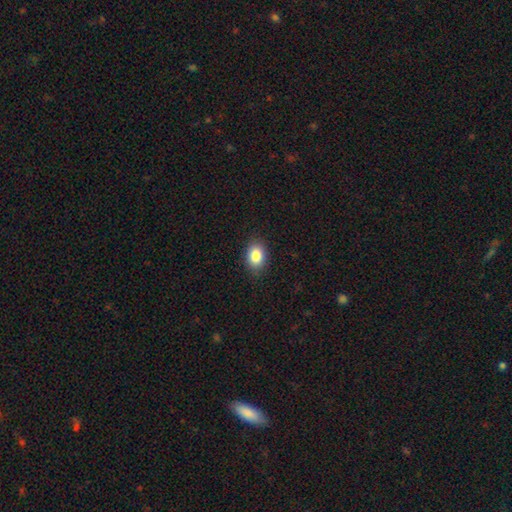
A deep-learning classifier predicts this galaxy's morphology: A smooth galaxy with no disk features (85%) that is in between round and cigar-shaped (76%).

Vote fractions:
- Smooth or featured? smooth: 85% / star or artifact: 9% / featured or disk: 6%
- How rounded? in between: 76% / round: 22% / cigar-shaped: 1%
- Merging? none: 87% / minor disturbance: 10% / major disturbance: 2% / merger: 1%